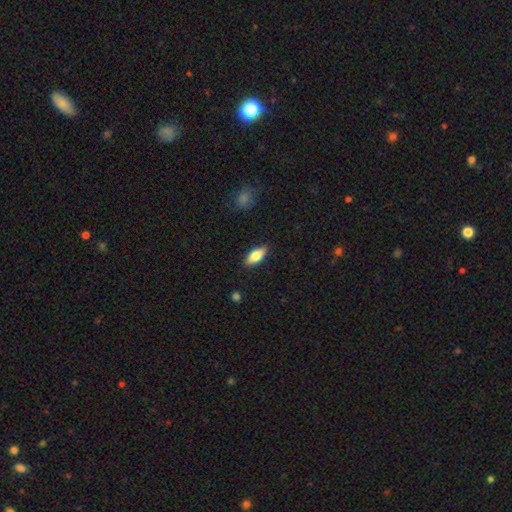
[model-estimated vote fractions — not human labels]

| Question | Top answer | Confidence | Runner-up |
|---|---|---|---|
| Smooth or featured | smooth | 74% | featured or disk (19%) |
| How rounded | in between | 80% | cigar-shaped (17%) |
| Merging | none | 87% | minor disturbance (9%) |